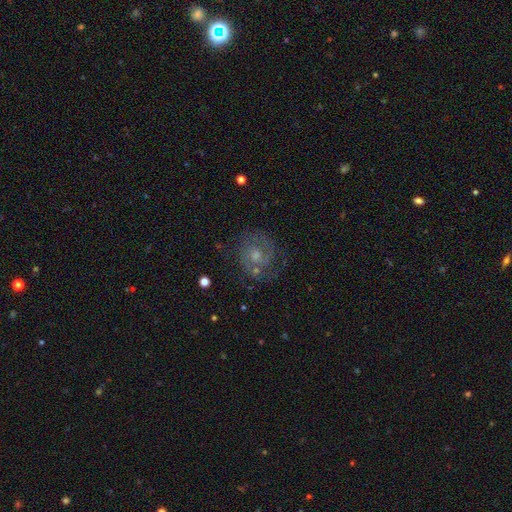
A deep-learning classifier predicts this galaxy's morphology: This is likely a featured or disk galaxy (77%). It is clearly not viewed edge-on (98%). Bar: possibly no (59%). Spiral arm pattern: clearly yes (92%). Spiral arm count: likely 2 (73%). Spiral winding: possibly tight (46%). Central bulge: possibly moderate (49%). Merging: likely none (73%).